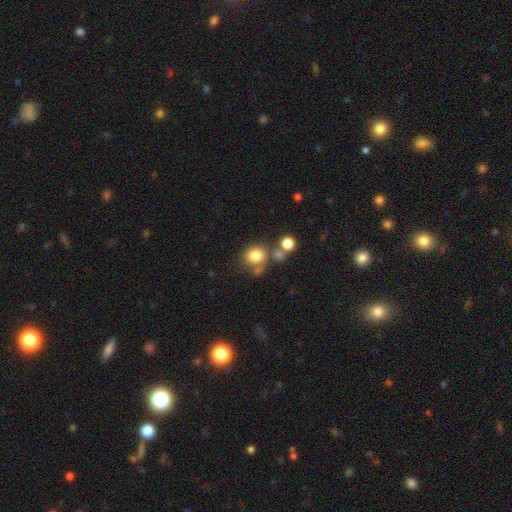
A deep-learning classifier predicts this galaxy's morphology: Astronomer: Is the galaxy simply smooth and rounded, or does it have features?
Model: smooth — 79%.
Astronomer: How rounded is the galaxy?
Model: round — 82%.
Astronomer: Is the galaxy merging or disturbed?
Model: none — 58%.